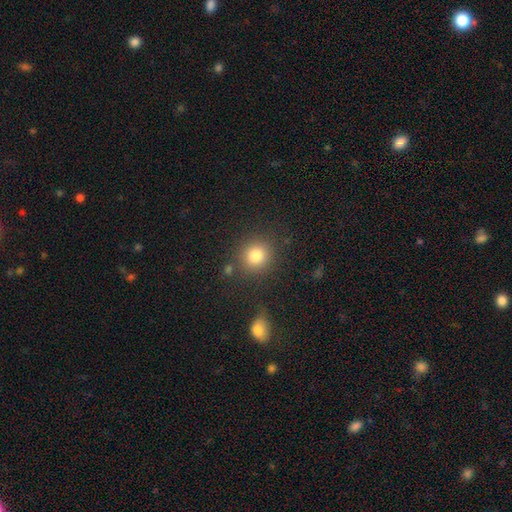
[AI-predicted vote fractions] The model was most divided on "smooth or featured": smooth: 82%, star or artifact: 11%, featured or disk: 7%. More confident: how rounded — round (85%); merging — none (82%).